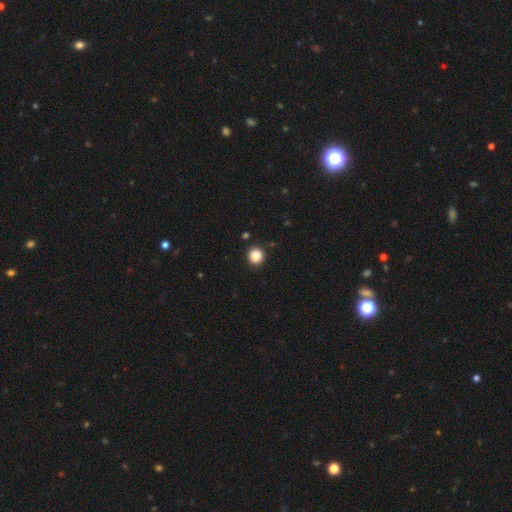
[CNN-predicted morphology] The model was most divided on "smooth or featured": smooth: 87%, star or artifact: 10%, featured or disk: 3%. More confident: merging — none (90%); how rounded — round (89%).